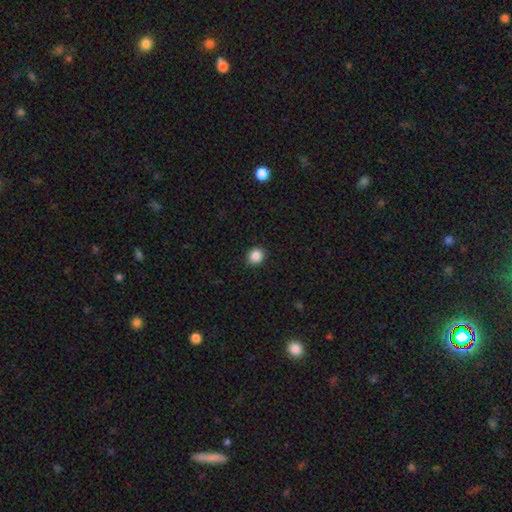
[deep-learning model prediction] Smooth or featured: smooth — 87% (star or artifact — 10%)
How rounded: round — 75% (in between — 24%)
Merging: none — 91% (minor disturbance — 6%)